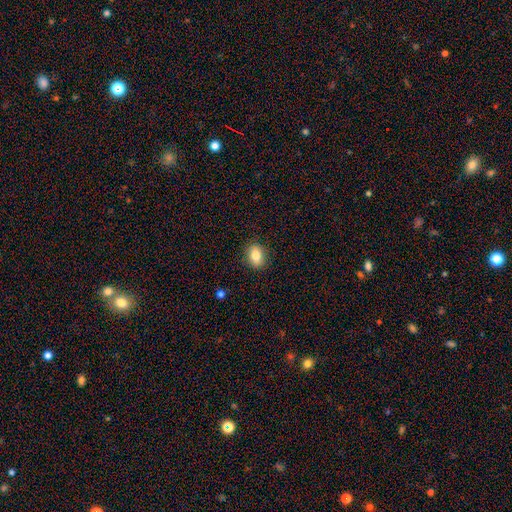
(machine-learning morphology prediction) A smooth galaxy with no disk features (83%) that is in between round and cigar-shaped (74%).

Vote fractions:
- Smooth or featured? smooth: 83% / featured or disk: 8% / star or artifact: 8%
- How rounded? in between: 74% / round: 25% / cigar-shaped: 2%
- Merging? none: 88% / minor disturbance: 9% / major disturbance: 2% / merger: 1%